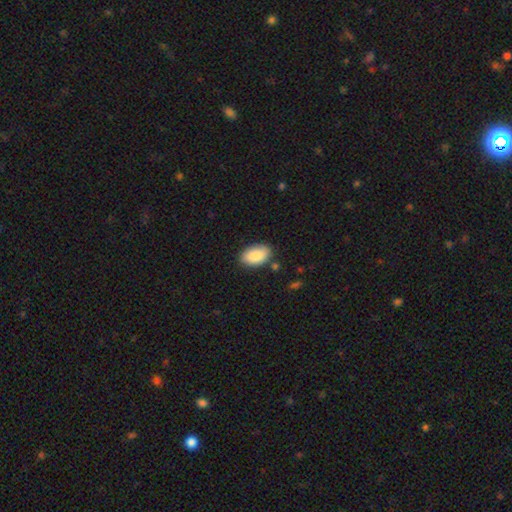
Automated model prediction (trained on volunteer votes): A smooth galaxy with no disk features (87%) that is in between round and cigar-shaped (93%). Merging: none (82%).